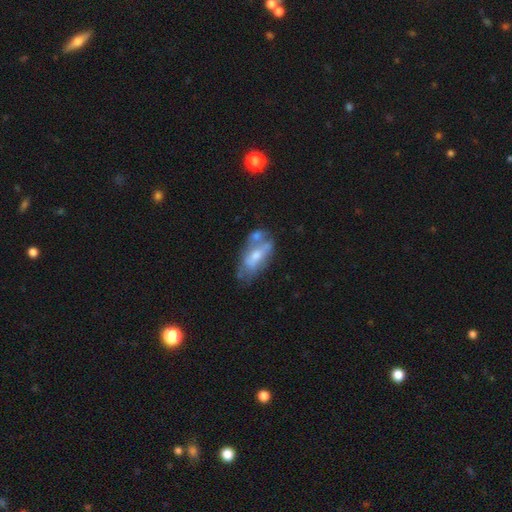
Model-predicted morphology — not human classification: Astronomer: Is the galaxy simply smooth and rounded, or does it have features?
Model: featured or disk — 54% (runner-up: smooth, 39%).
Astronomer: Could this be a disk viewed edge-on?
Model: no — 84%.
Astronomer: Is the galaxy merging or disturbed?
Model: none — 36% (runner-up: merger, 28%).